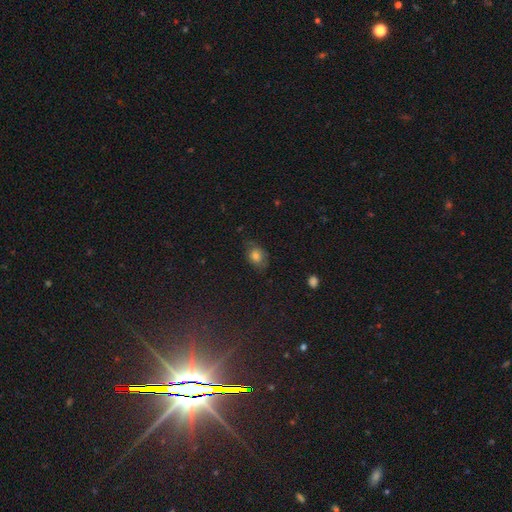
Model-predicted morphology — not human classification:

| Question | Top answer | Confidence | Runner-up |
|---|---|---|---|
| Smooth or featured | smooth | 74% | star or artifact (14%) |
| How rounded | in between | 75% | round (23%) |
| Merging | none | 65% | minor disturbance (26%) |